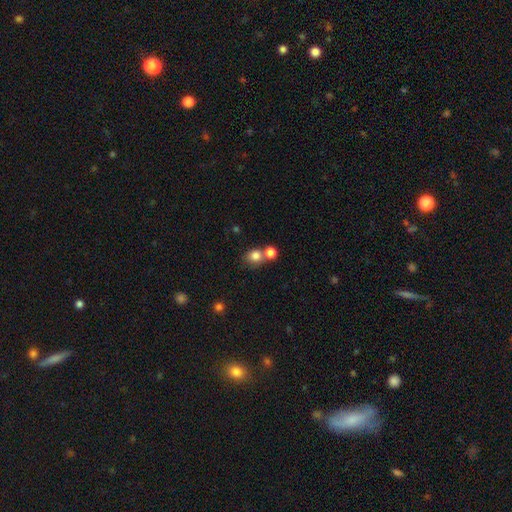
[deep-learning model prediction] Smooth or featured: smooth — 81% (star or artifact — 11%)
How rounded: round — 75% (in between — 24%)
Merging: none — 49% (merger — 39%)